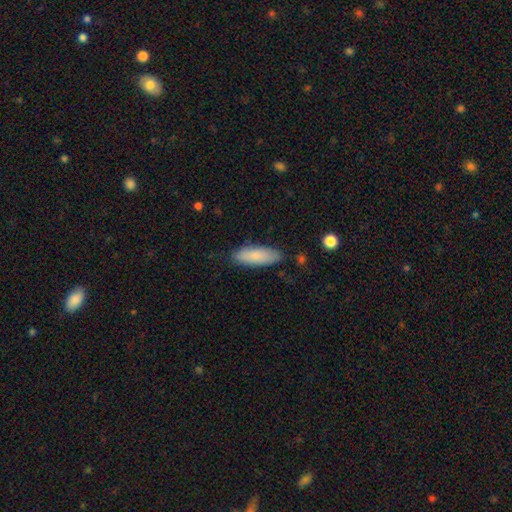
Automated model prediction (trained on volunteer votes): Smooth or featured? Predicted: smooth (p=0.83). How rounded? Predicted: in between (p=0.62). Merging? Predicted: none (p=0.83).